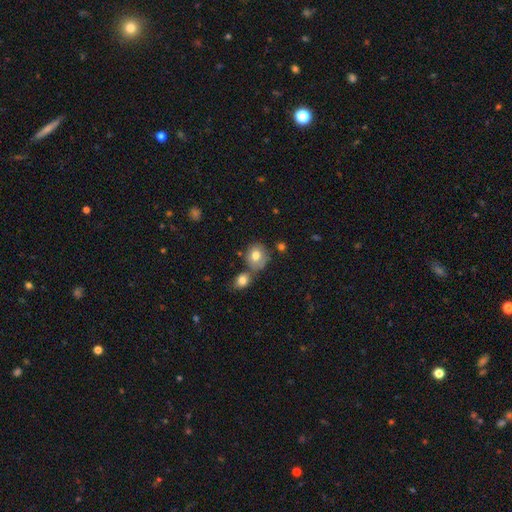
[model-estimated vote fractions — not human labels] A smooth galaxy with no disk features (75%) that is round (70%).

Vote fractions:
- Smooth or featured? smooth: 75% / featured or disk: 16% / star or artifact: 8%
- How rounded? round: 70% / in between: 29% / cigar-shaped: 1%
- Merging? none: 51% / merger: 28% / minor disturbance: 16% / major disturbance: 6%